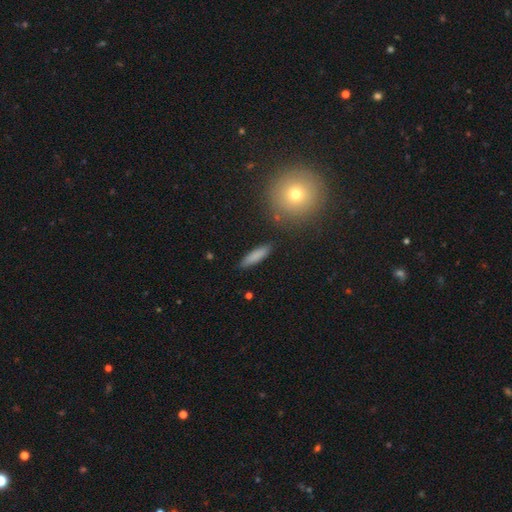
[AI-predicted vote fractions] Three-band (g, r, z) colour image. It shows a smooth galaxy with no disk features (83%) that is cigar-shaped (74%). Merging: none (87%).